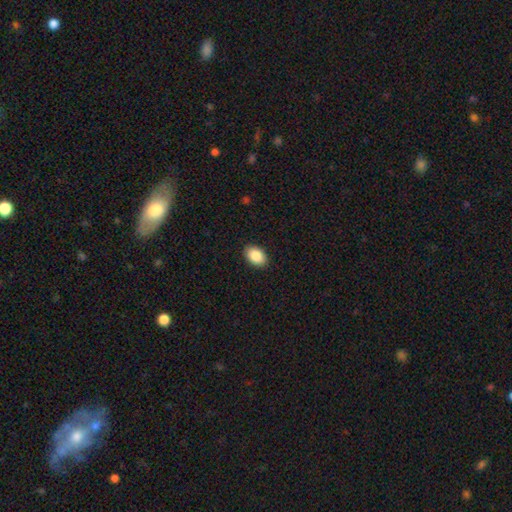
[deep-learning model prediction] smooth_or_featured: smooth (p=0.88) [alt: star or artifact p=0.07]
how_rounded: in between (p=0.87) [alt: round p=0.12]
merging: none (p=0.90) [alt: minor disturbance p=0.07]